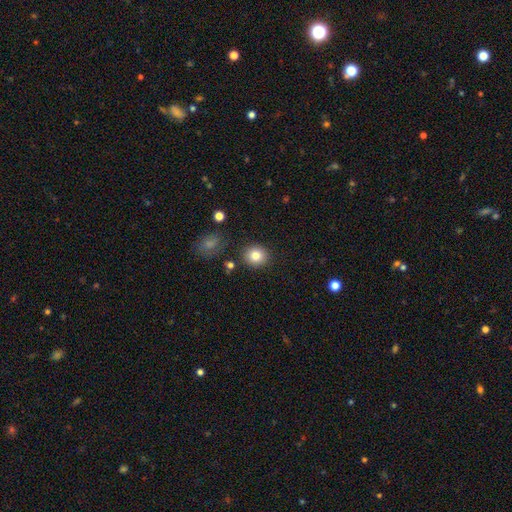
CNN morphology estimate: Smooth or featured? Predicted: smooth (p=0.82). How rounded? Predicted: round (p=0.83). Merging? Predicted: none (p=0.87).